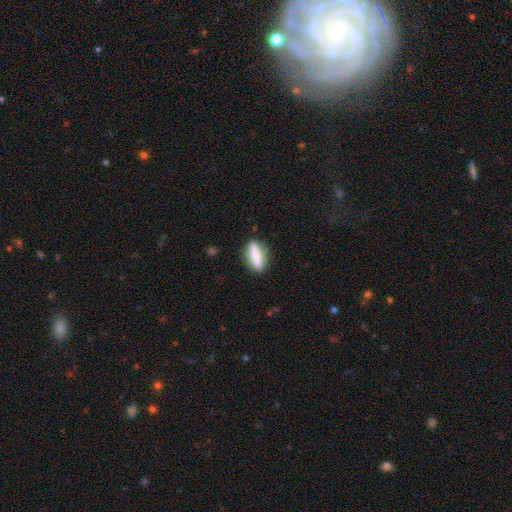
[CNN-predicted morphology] This is likely a smooth galaxy (73%). How rounded: possibly in between (52%). Merging: clearly none (85%).